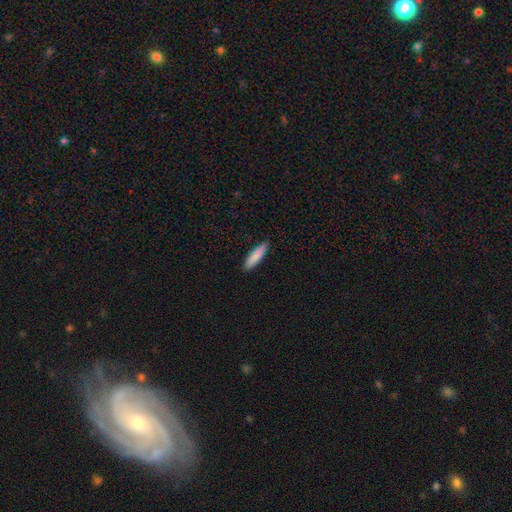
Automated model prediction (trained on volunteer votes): Overall: smooth (86%). How rounded: cigar-shaped (73%). Merging: none (89%).